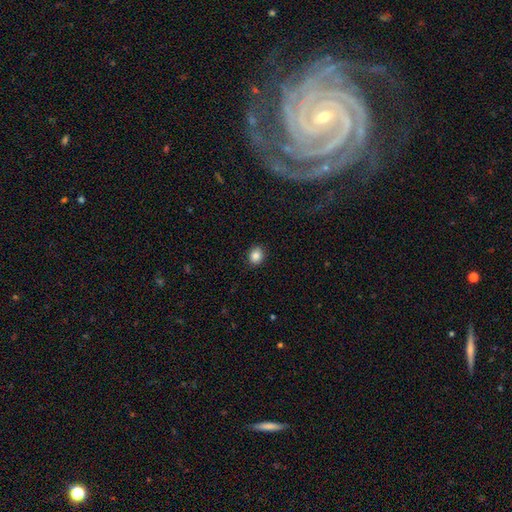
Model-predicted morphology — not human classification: smooth-or-featured: smooth: 86% | star or artifact: 10% | featured or disk: 4%
  how-rounded: round: 69% | in between: 30% | cigar-shaped: 1%
  merging: none: 90% | minor disturbance: 7% | major disturbance: 2% | merger: 1%